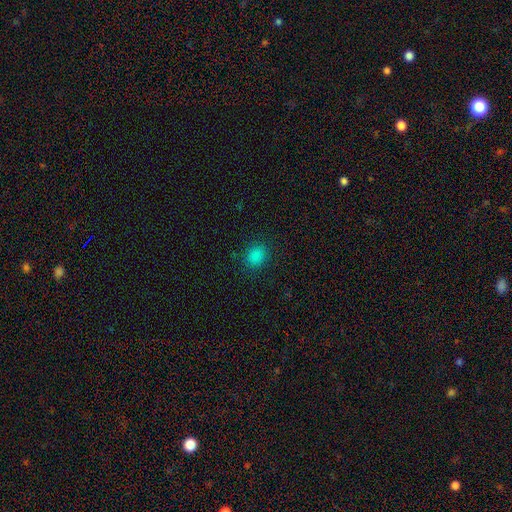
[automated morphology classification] Q: Smooth or featured?
A: smooth (82%); runner-up: star or artifact (15%)
Q: How rounded?
A: round (55%); runner-up: in between (44%)
Q: Merging?
A: none (87%); runner-up: minor disturbance (9%)